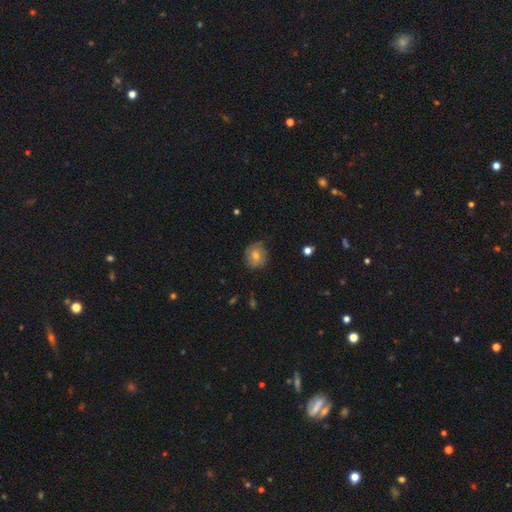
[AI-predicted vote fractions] Smooth or featured: smooth — 50% (featured or disk — 38%)
Merging: none — 74% (minor disturbance — 20%)